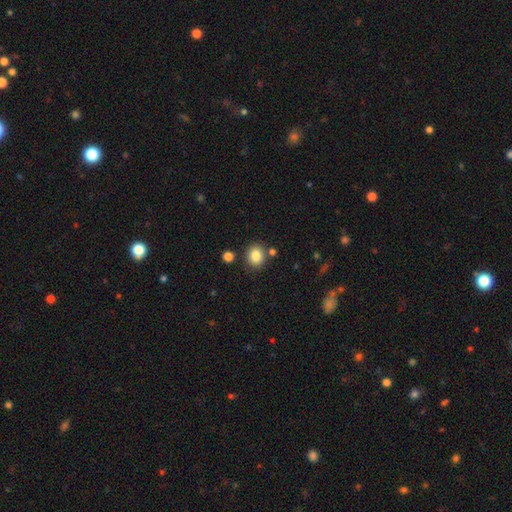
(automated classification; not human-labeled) Q: Smooth or featured?
A: smooth (84%); runner-up: star or artifact (10%)
Q: How rounded?
A: round (71%); runner-up: in between (28%)
Q: Merging?
A: none (81%); runner-up: minor disturbance (10%)